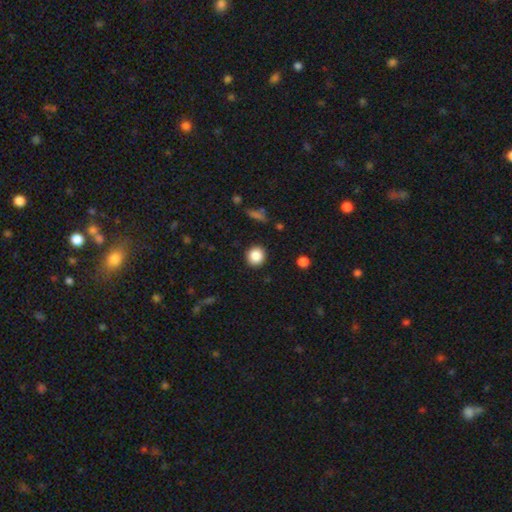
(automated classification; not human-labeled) Smooth or featured? smooth (86%)
How rounded? round (86%)
Merging? none (91%)